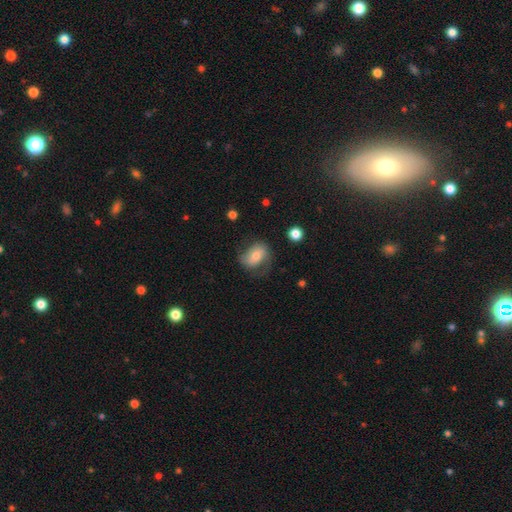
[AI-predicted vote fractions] smooth_or_featured: featured or disk (p=0.48) [alt: smooth p=0.44]
merging: none (p=0.59) [alt: minor disturbance p=0.24]